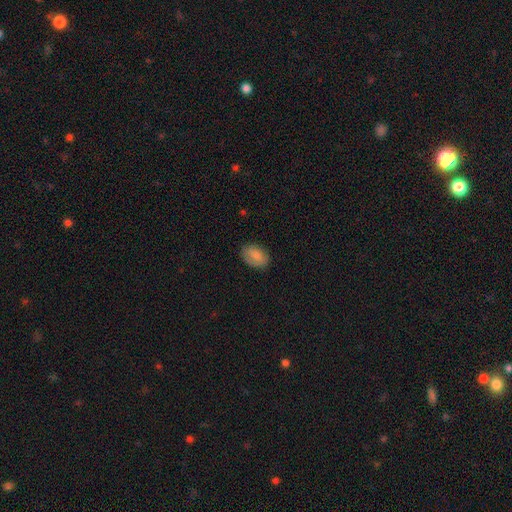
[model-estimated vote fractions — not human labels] Morphology: type=smooth (82%); roundness=in between (86%); merging=none (82%).